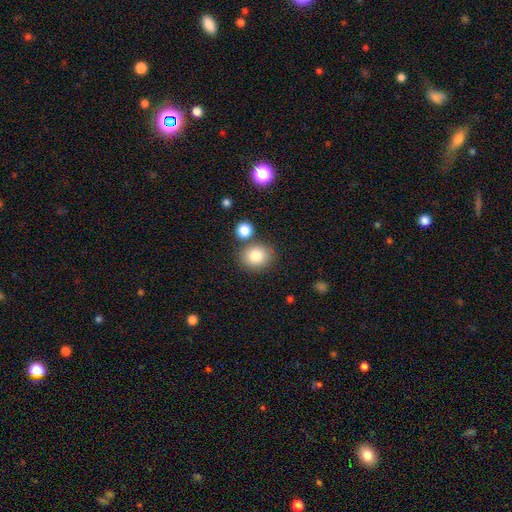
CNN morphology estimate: smooth 82%, star or artifact 10%, featured or disk 8%. Down the decision tree: how rounded — round (65%); merging — none (76%).